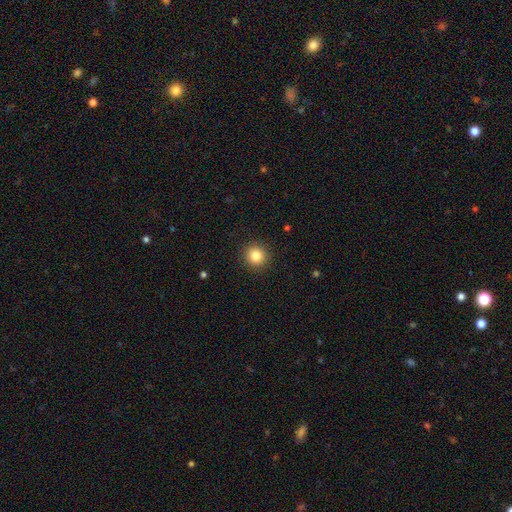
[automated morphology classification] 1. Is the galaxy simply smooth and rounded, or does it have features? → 83% smooth, 11% star or artifact, 6% featured or disk.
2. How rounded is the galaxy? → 94% round, 5% in between, 1% cigar-shaped.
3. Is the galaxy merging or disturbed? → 92% none, 5% minor disturbance, 2% major disturbance, 1% merger.